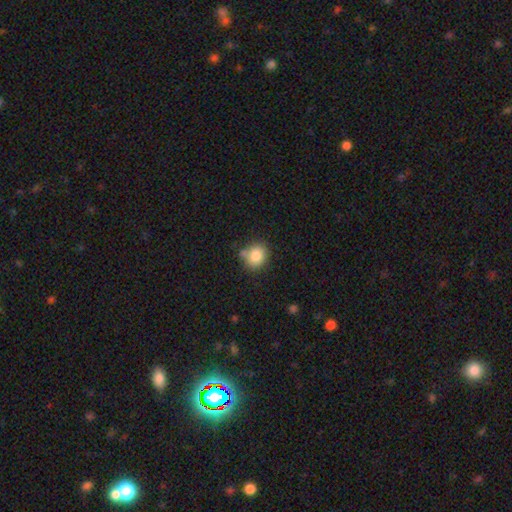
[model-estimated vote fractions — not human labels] The model was most divided on "how rounded": round: 71%, in between: 28%, cigar-shaped: 1%. More confident: smooth or featured — smooth (83%); merging — none (67%).